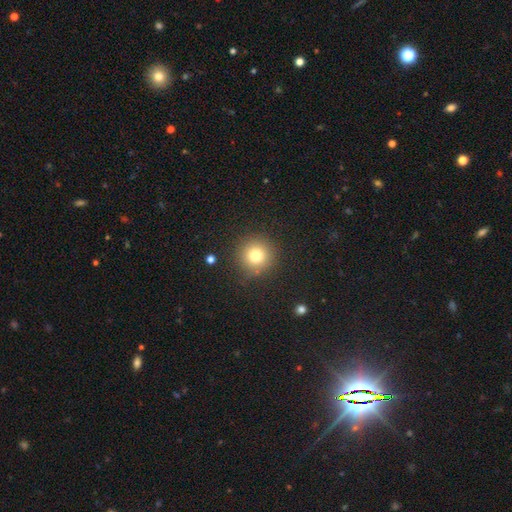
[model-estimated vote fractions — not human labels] Morphology: type=smooth (77%); roundness=round (95%); merging=none (88%).